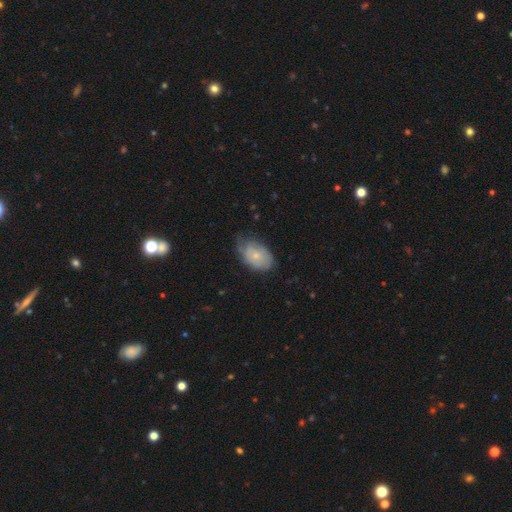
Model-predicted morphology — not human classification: smooth-or-featured: smooth: 60% | featured or disk: 34% | star or artifact: 7%
  how-rounded: in between: 86% | round: 13% | cigar-shaped: 1%
  merging: none: 47% | minor disturbance: 38% | major disturbance: 13% | merger: 2%